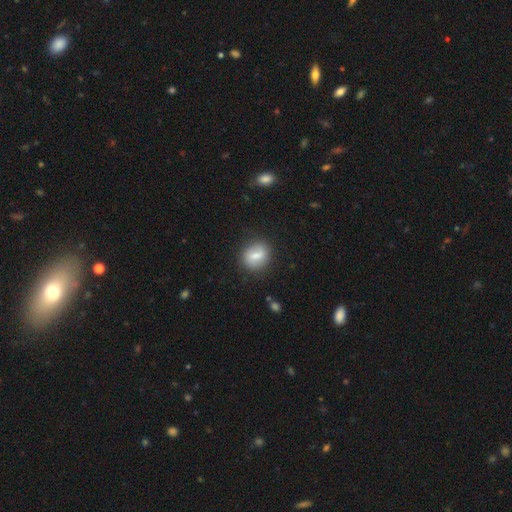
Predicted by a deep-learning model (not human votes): Smooth or featured? Predicted: smooth (p=0.70). How rounded? Predicted: round (p=0.63). Merging? Predicted: none (p=0.79).